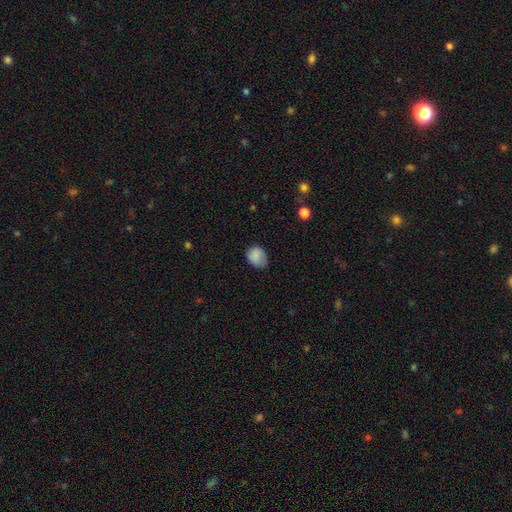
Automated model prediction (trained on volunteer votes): smooth-or-featured: smooth: 85% | star or artifact: 8% | featured or disk: 7%
  how-rounded: in between: 55% | round: 44% | cigar-shaped: 1%
  merging: none: 64% | minor disturbance: 28% | major disturbance: 7% | merger: 1%